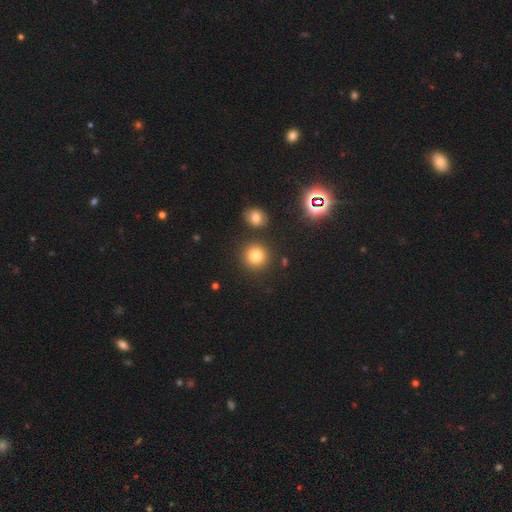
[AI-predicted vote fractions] Smooth or featured?
  - smooth: 79% *
  - star or artifact: 14%
  - featured or disk: 7%
How rounded?
  - round: 93% *
  - in between: 6%
  - cigar-shaped: 1%
Merging?
  - none: 86% *
  - minor disturbance: 6%
  - merger: 5%
  - major disturbance: 3%